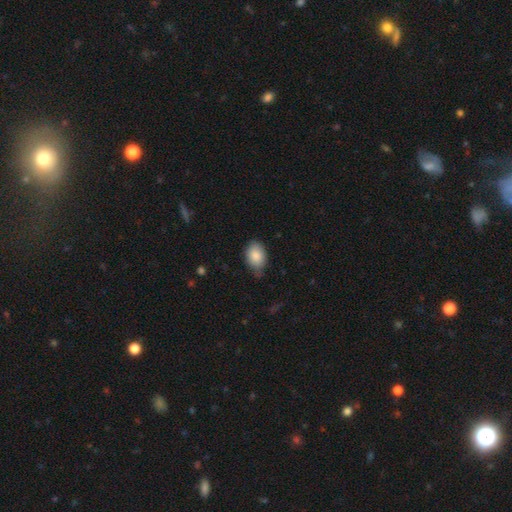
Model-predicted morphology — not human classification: smooth_or_featured: smooth (p=0.86) [alt: star or artifact p=0.07]
how_rounded: in between (p=0.84) [alt: round p=0.15]
merging: none (p=0.68) [alt: minor disturbance p=0.26]